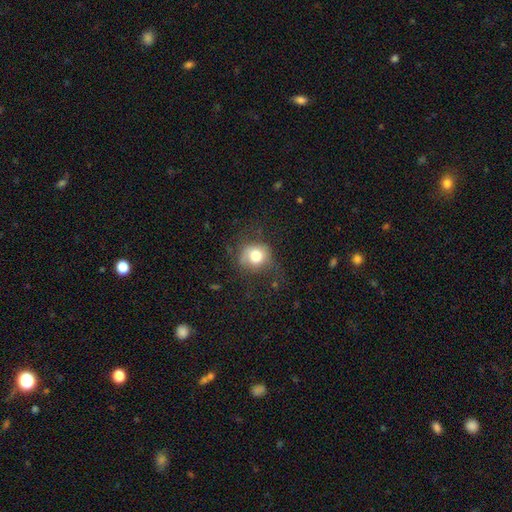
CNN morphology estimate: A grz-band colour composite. It shows a smooth galaxy with no disk features (74%) that is round (81%). Merging: none (60%).